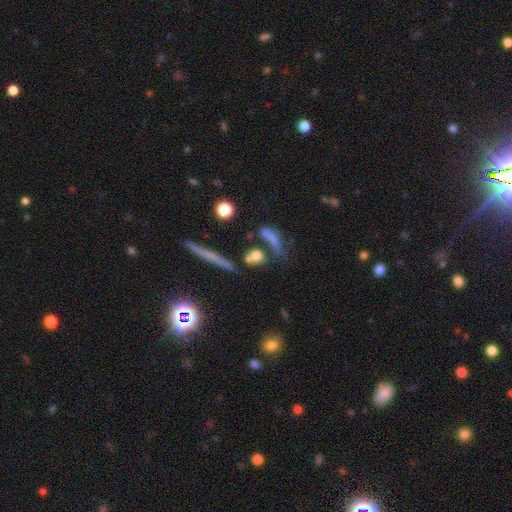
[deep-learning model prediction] Smooth or featured? smooth (65%)
How rounded? round (48%)
Merging? none (51%)